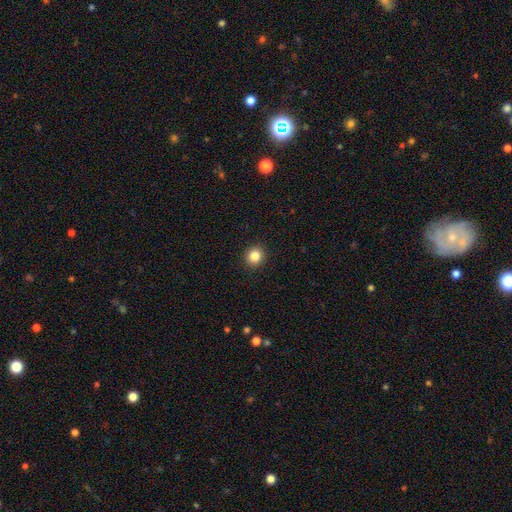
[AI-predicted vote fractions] Morphology: type=smooth (85%); roundness=round (87%); merging=none (92%).